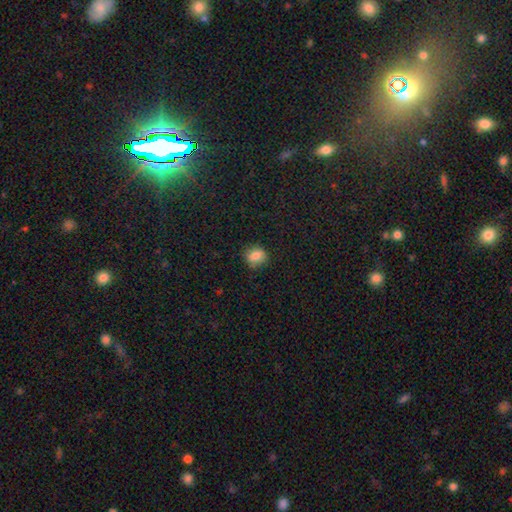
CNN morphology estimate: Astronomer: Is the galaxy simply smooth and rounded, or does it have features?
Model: smooth — 81%.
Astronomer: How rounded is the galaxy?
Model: round — 70%.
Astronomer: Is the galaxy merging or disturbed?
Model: none — 84%.